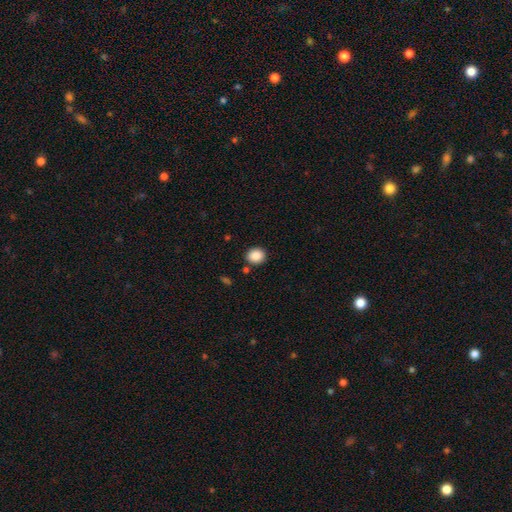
A smooth galaxy with no disk features (92%) that is round (69%). Merging: none (81%).